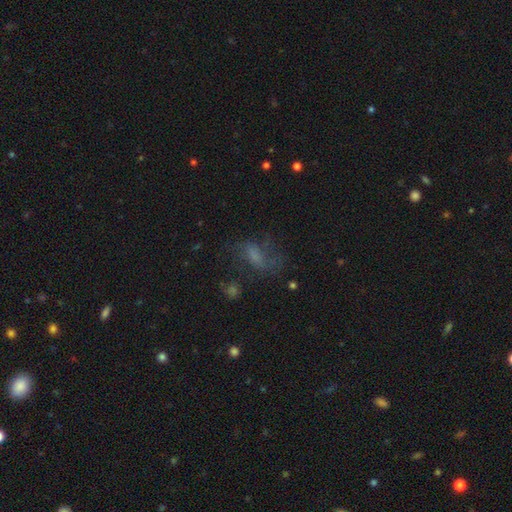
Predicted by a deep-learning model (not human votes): Overall: featured or disk (42%; smooth 38%). Merging: none (49%; major disturbance 28%).